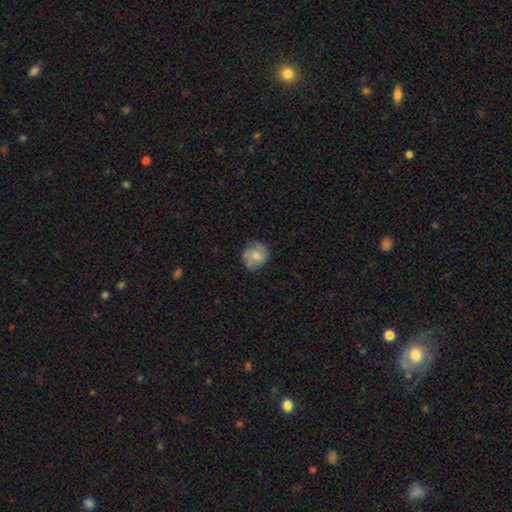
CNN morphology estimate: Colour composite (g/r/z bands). It shows a smooth galaxy with no disk features (66%) that is round (77%). Merging: none (62%).